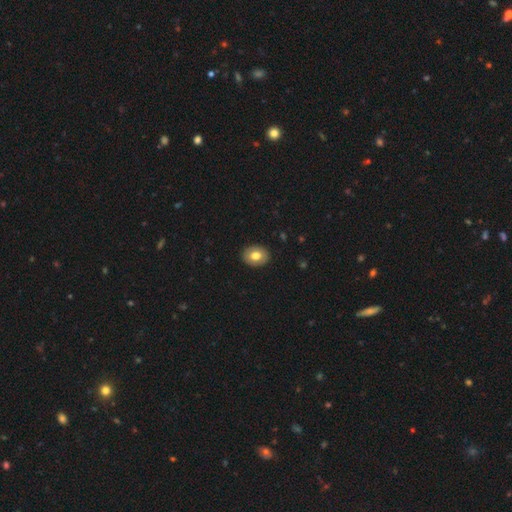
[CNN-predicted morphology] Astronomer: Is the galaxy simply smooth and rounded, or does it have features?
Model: smooth — 75%.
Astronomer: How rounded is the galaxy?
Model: in between — 57% (runner-up: round, 42%).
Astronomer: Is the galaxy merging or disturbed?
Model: none — 90%.